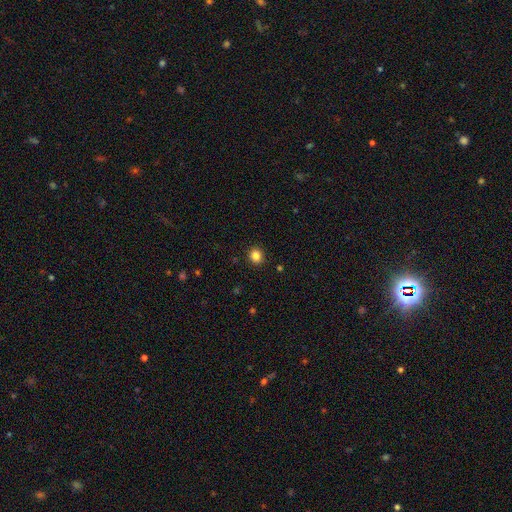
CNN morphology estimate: smooth_or_featured: smooth (p=0.83) [alt: star or artifact p=0.12]
how_rounded: round (p=0.84) [alt: in between p=0.15]
merging: none (p=0.92) [alt: minor disturbance p=0.05]